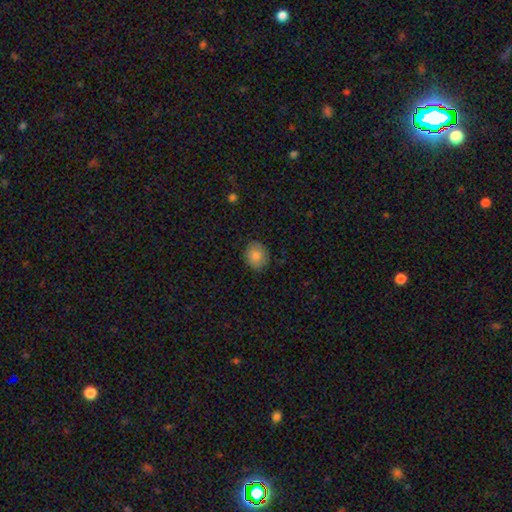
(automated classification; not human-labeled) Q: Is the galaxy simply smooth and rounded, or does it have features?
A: smooth — 83%.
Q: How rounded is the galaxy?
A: round — 64%.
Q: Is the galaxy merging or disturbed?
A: none — 83%.